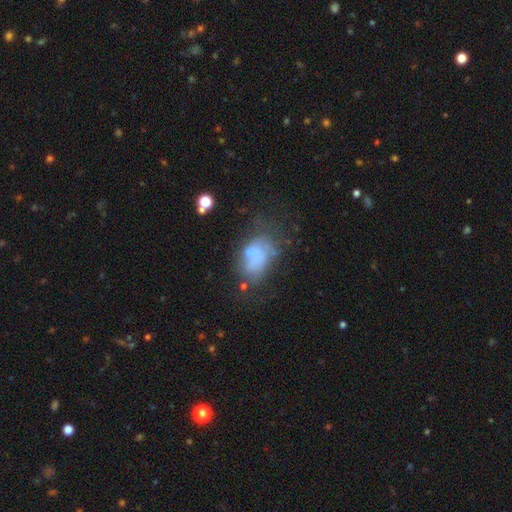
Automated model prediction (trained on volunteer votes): Smooth or featured?
  - smooth: 54% *
  - featured or disk: 33%
  - star or artifact: 13%
How rounded?
  - in between: 84% *
  - round: 14%
  - cigar-shaped: 2%
Merging?
  - none: 33% *
  - major disturbance: 27%
  - minor disturbance: 26%
  - merger: 14%